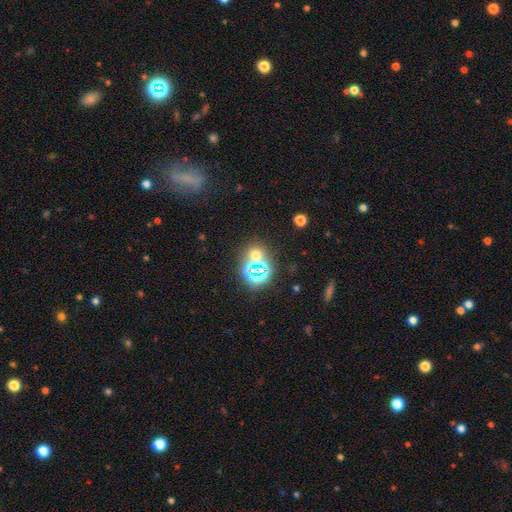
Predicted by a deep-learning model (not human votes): Overall: star or artifact (48%; smooth 43%).